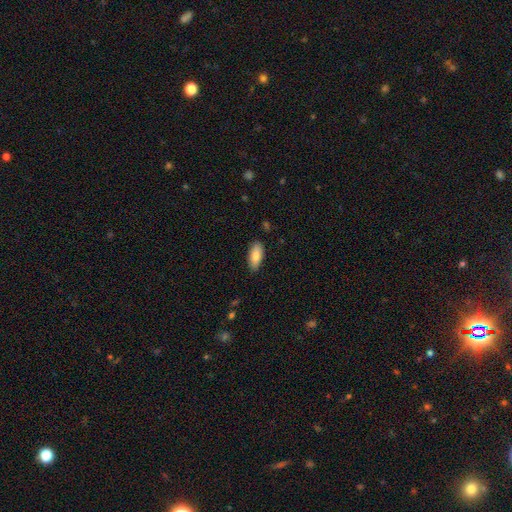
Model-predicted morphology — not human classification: Smooth or featured: smooth — 84% (featured or disk — 10%)
How rounded: in between — 84% (cigar-shaped — 14%)
Merging: none — 86% (minor disturbance — 11%)